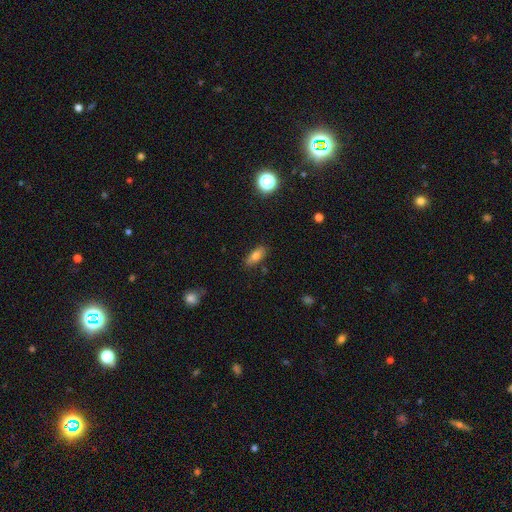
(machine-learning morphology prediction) smooth_or_featured: smooth (p=0.75) [alt: featured or disk p=0.15]
how_rounded: in between (p=0.79) [alt: cigar-shaped p=0.16]
merging: none (p=0.81) [alt: minor disturbance p=0.14]